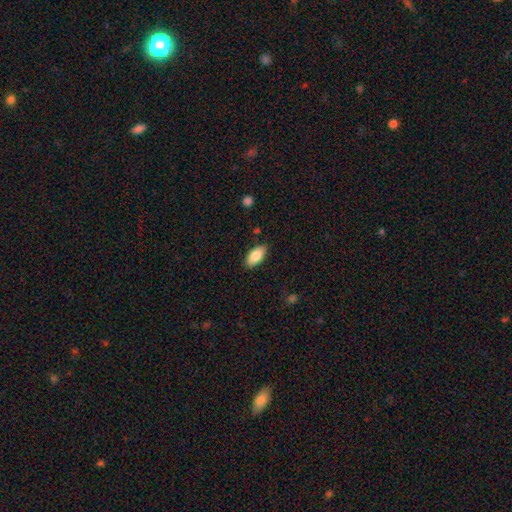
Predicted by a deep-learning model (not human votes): Smooth or featured? smooth (85%)
How rounded? in between (91%)
Merging? none (84%)